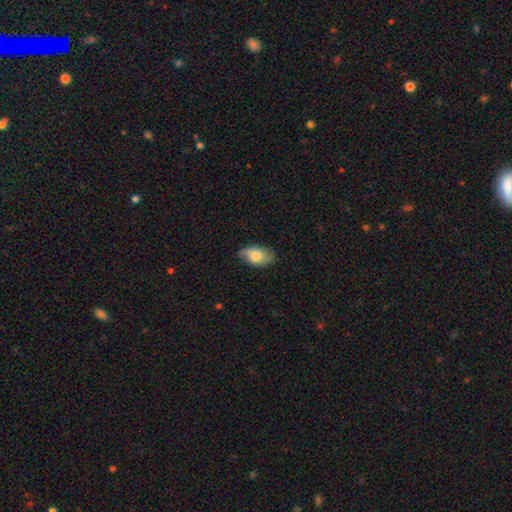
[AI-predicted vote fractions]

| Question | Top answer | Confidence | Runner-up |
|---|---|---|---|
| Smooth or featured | smooth | 70% | featured or disk (23%) |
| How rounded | in between | 92% | round (6%) |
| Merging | none | 67% | minor disturbance (27%) |